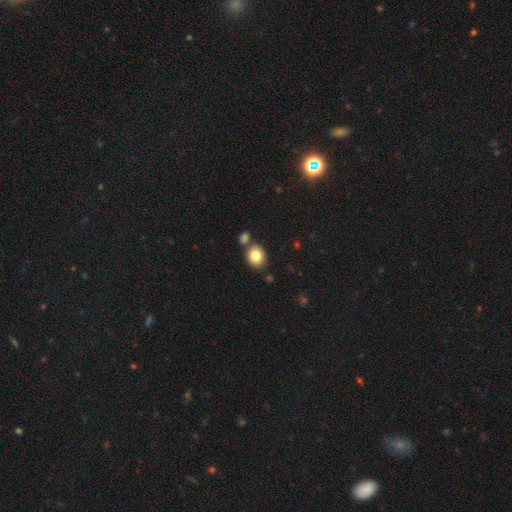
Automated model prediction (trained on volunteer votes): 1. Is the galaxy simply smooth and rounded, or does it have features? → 82% smooth, 9% star or artifact, 9% featured or disk.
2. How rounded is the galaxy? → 60% round, 39% in between, 1% cigar-shaped.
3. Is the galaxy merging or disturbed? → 74% none, 14% merger, 10% minor disturbance, 3% major disturbance.